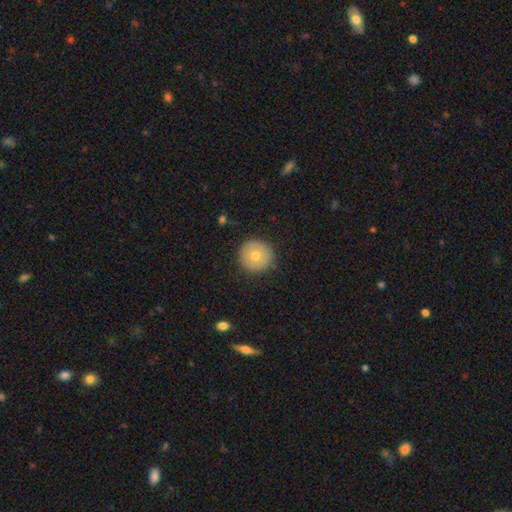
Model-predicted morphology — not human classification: Overall: smooth (73%). How rounded: round (95%). Merging: none (87%).